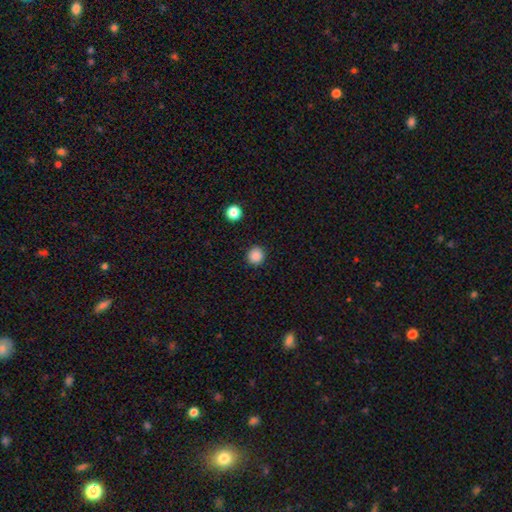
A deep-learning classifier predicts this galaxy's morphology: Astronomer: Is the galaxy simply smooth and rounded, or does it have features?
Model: smooth — 87%.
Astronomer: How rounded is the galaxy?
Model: round — 92%.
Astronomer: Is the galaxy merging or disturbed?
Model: none — 91%.